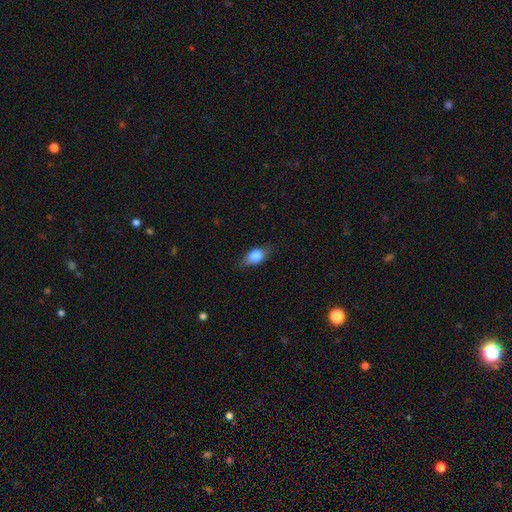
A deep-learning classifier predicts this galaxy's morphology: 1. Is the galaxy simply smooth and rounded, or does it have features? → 74% smooth, 18% featured or disk, 8% star or artifact.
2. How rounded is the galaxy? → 74% in between, 19% round, 7% cigar-shaped.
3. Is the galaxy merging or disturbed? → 75% none, 19% minor disturbance, 5% major disturbance, 1% merger.